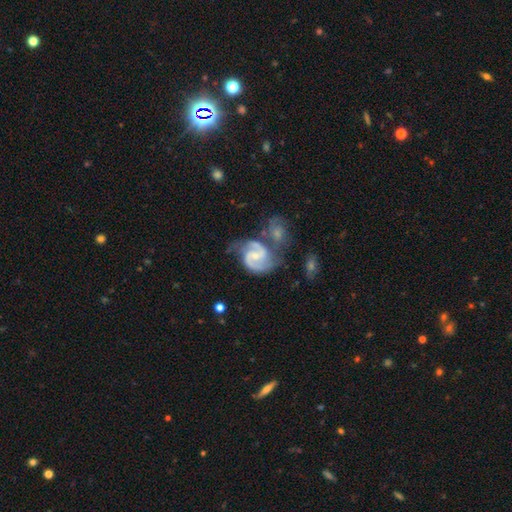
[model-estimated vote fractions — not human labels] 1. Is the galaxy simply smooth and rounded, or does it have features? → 91% featured or disk, 5% smooth, 4% star or artifact.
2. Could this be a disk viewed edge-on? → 98% no, 2% yes.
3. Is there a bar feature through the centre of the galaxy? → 49% weak, 38% no, 13% strong.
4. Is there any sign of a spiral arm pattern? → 98% yes, 2% no.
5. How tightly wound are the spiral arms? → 60% medium, 23% tight, 16% loose.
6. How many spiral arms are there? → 92% 2, 3% 3, 2% can't tell, 1% 1, 1% 4, 1% more than 4.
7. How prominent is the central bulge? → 57% small, 37% moderate, 4% none, 1% large, 1% dominant.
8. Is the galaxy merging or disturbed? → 40% none, 34% merger, 18% minor disturbance, 8% major disturbance.